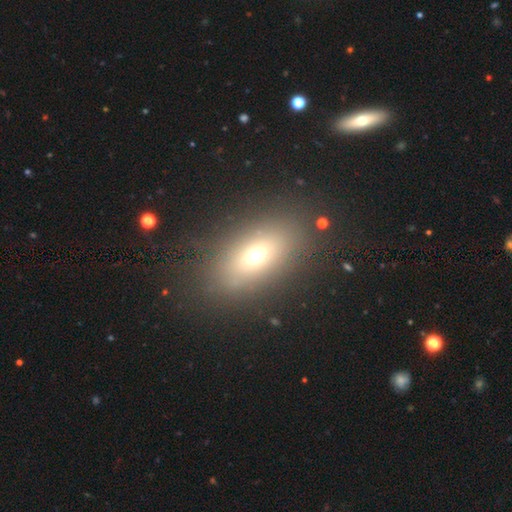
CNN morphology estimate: This appears to be a smooth galaxy with no disk features (65%) that is in between round and cigar-shaped (79%). Merging: none (81%).